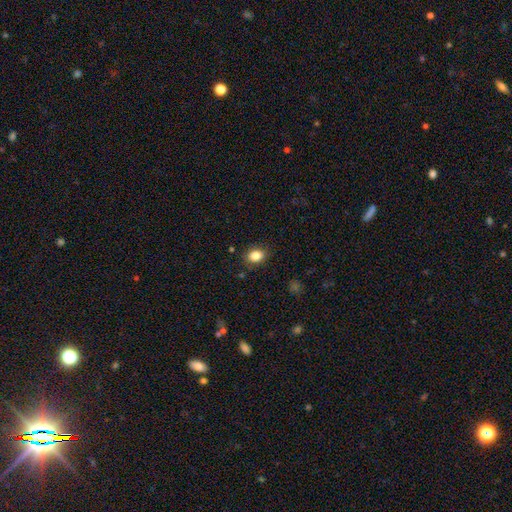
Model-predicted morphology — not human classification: This appears to be a smooth galaxy with no disk features (85%) that is in between round and cigar-shaped (66%). Merging: none (85%).